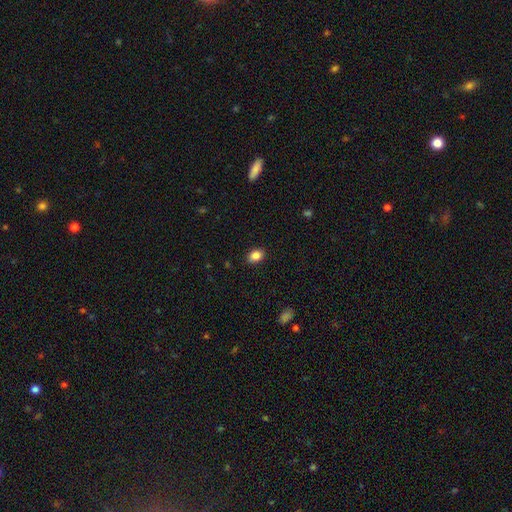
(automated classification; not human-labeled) smooth 86%, star or artifact 9%, featured or disk 5%. Down the decision tree: how rounded — in between (71%); merging — none (89%).